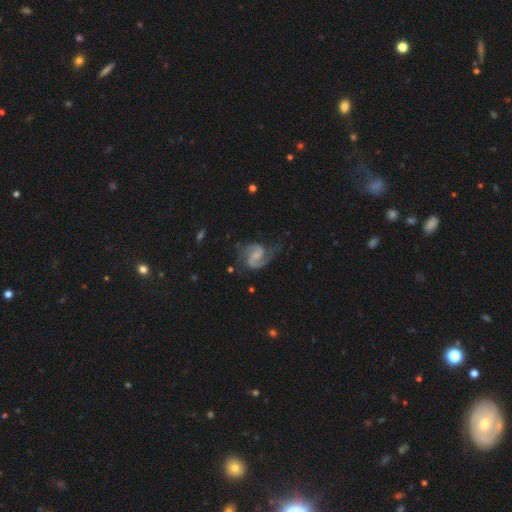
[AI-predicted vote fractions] Smooth or featured? featured or disk (90%)
Edge-on disk? no (98%)
Bar? weak (48%)
Spiral arms? yes (98%)
Spiral winding? medium (58%)
Spiral arm count? 2 (90%)
Bulge size? small (40%)
Merging? none (66%)